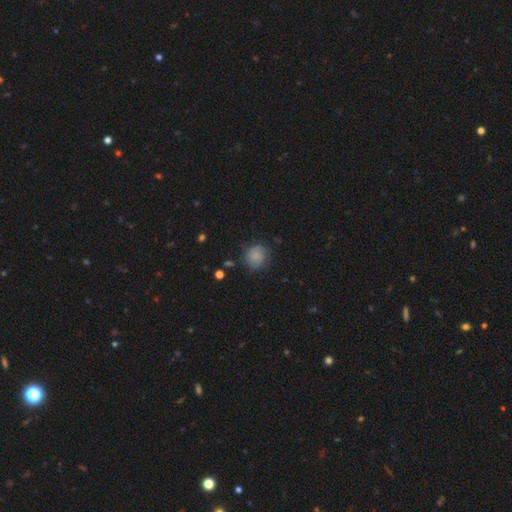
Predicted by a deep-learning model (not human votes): Morphology: type=smooth (80%); roundness=round (85%); merging=none (74%).